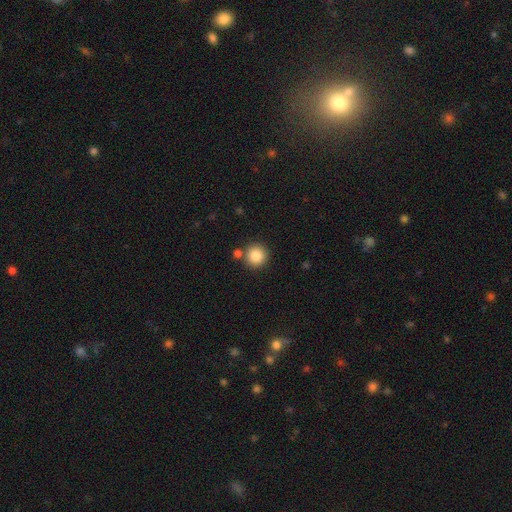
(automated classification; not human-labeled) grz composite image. It shows a smooth galaxy with no disk features (84%) that is round (94%). Merging: none (80%).